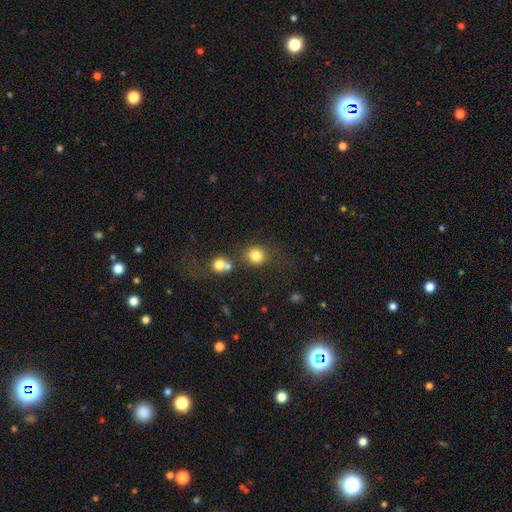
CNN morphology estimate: Q: Smooth or featured?
A: smooth (82%); runner-up: star or artifact (12%)
Q: How rounded?
A: round (85%); runner-up: in between (14%)
Q: Merging?
A: none (69%); runner-up: merger (14%)